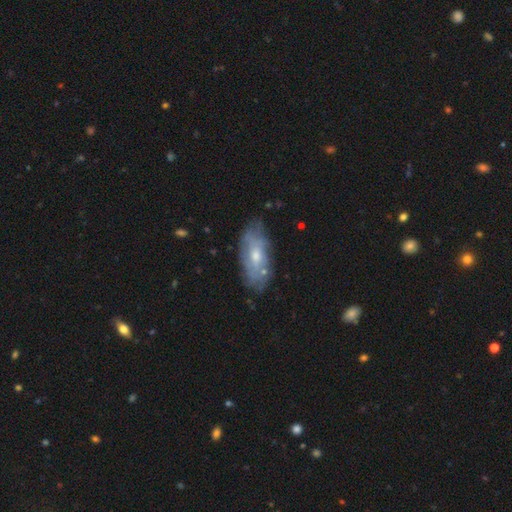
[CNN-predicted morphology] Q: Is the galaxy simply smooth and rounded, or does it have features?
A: featured or disk — 56%.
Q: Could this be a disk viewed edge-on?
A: no — 84%.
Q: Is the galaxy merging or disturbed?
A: none — 69%.